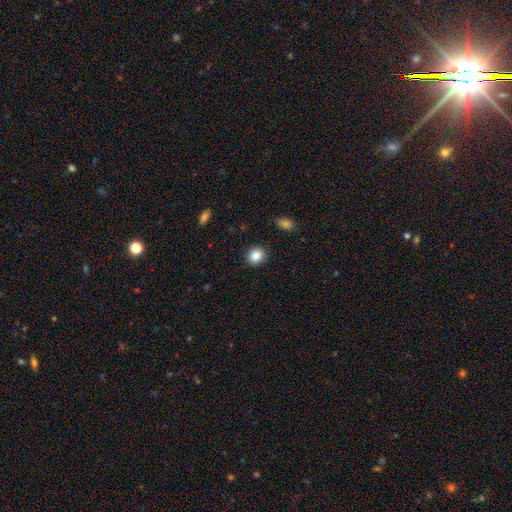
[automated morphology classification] Smooth or featured?
  - smooth: 86% *
  - star or artifact: 9%
  - featured or disk: 5%
How rounded?
  - round: 77% *
  - in between: 22%
  - cigar-shaped: 1%
Merging?
  - none: 90% *
  - minor disturbance: 7%
  - major disturbance: 2%
  - merger: 1%